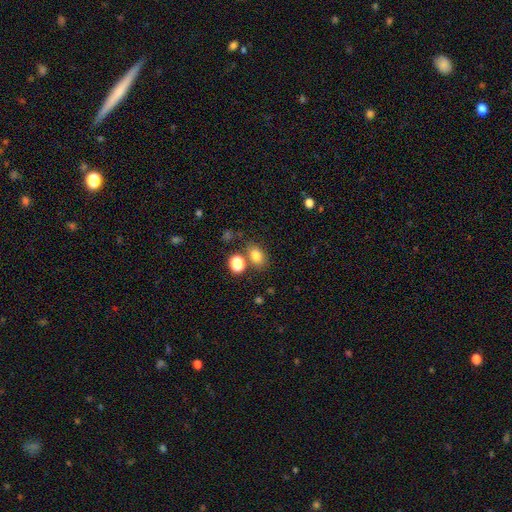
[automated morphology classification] The model was most divided on "how rounded": in between: 65%, round: 34%, cigar-shaped: 1%. More confident: smooth or featured — smooth (79%); merging — none (70%).